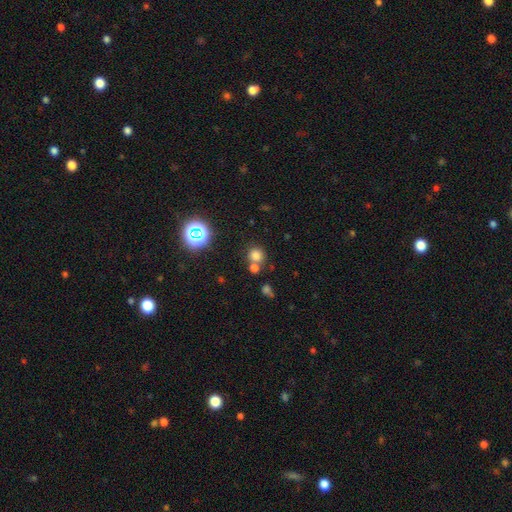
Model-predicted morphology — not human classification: Q: Smooth or featured?
A: smooth (73%); runner-up: star or artifact (20%)
Q: How rounded?
A: round (88%); runner-up: in between (11%)
Q: Merging?
A: none (62%); runner-up: merger (27%)